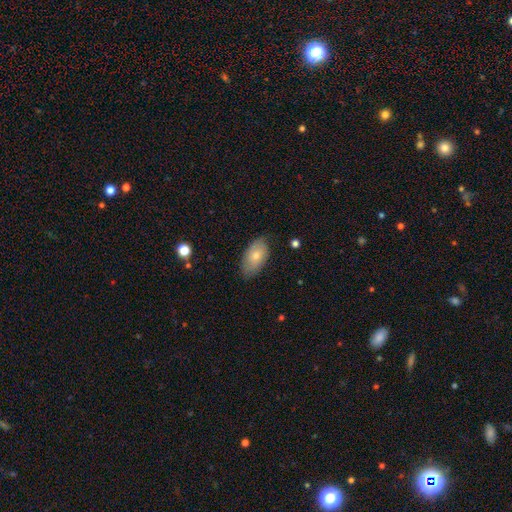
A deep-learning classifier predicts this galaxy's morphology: A smooth galaxy with no disk features (66%) that is in between round and cigar-shaped (94%).

Vote fractions:
- Smooth or featured? smooth: 66% / featured or disk: 28% / star or artifact: 6%
- How rounded? in between: 94% / round: 4% / cigar-shaped: 2%
- Merging? none: 75% / minor disturbance: 20% / major disturbance: 3% / merger: 1%